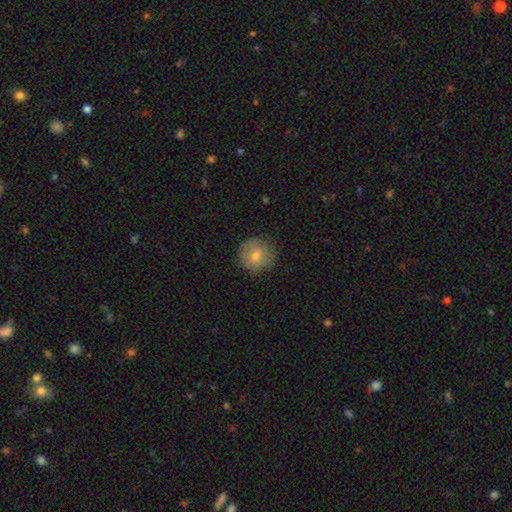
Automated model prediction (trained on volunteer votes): This is likely a smooth galaxy (75%). How rounded: clearly round (92%). Merging: clearly none (83%).